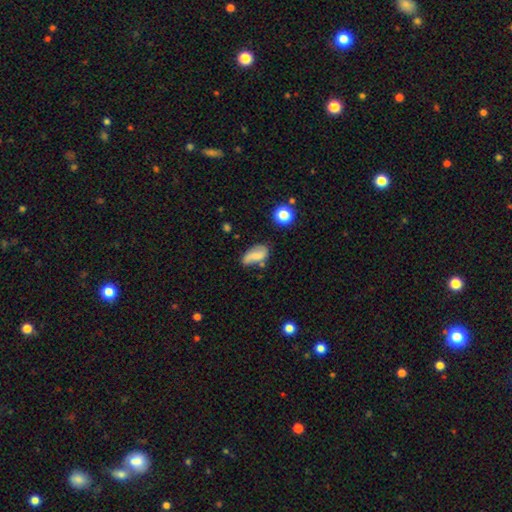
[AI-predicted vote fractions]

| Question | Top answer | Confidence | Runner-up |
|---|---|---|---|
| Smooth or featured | smooth | 56% | featured or disk (33%) |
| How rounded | in between | 86% | round (7%) |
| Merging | none | 53% | minor disturbance (28%) |